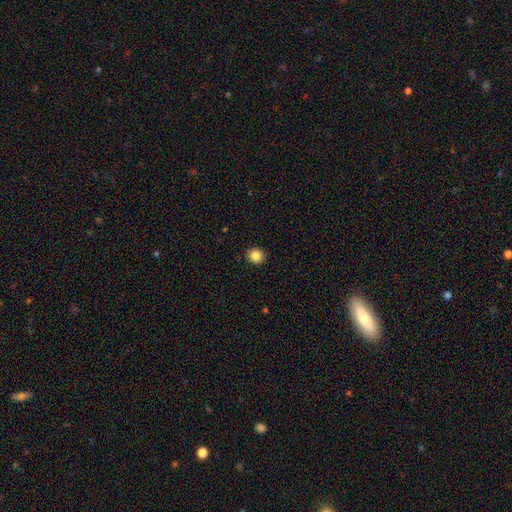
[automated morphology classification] This appears to be a smooth galaxy with no disk features (85%) that is round (89%). Merging: none (92%).